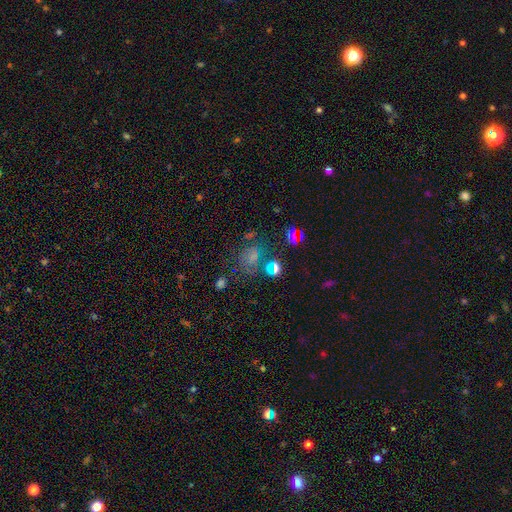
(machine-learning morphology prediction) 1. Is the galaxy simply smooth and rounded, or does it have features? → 42% smooth, 37% star or artifact, 21% featured or disk.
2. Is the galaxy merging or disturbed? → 57% none, 19% minor disturbance, 15% major disturbance, 9% merger.